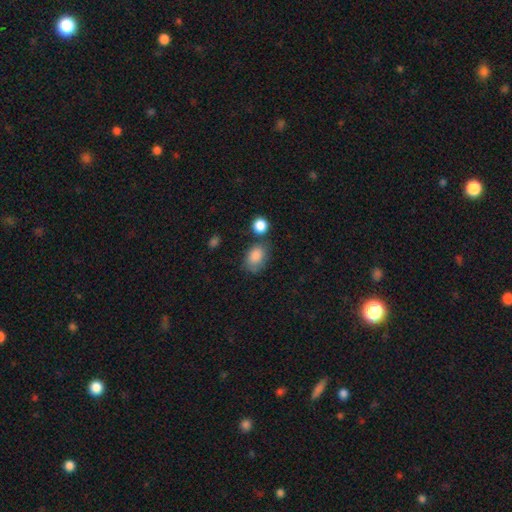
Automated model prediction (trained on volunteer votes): Smooth or featured?
  - smooth: 86% *
  - star or artifact: 8%
  - featured or disk: 6%
How rounded?
  - in between: 79% *
  - round: 19%
  - cigar-shaped: 1%
Merging?
  - none: 58% *
  - minor disturbance: 23%
  - merger: 12%
  - major disturbance: 7%